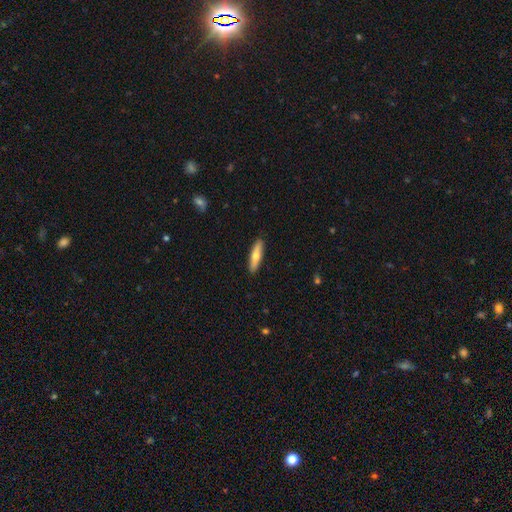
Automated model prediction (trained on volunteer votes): Smooth or featured? Predicted: smooth (p=0.64). How rounded? Predicted: cigar-shaped (p=0.74). Merging? Predicted: none (p=0.91).